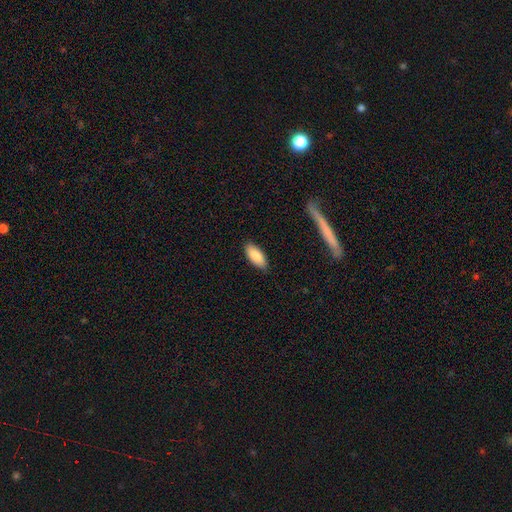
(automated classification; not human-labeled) A smooth galaxy with no disk features (82%) that is in between round and cigar-shaped (87%). Merging: none (87%).